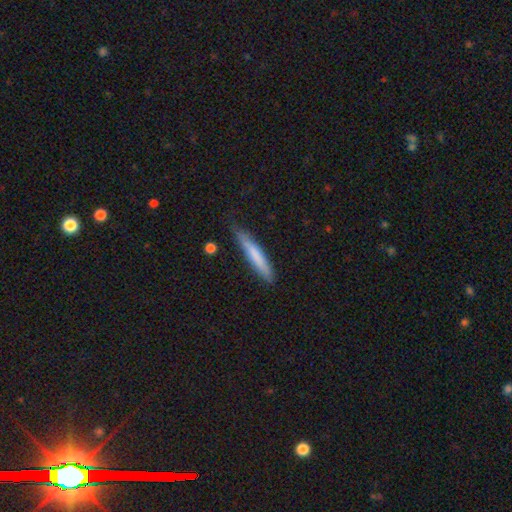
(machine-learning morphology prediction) Smooth or featured?
  - smooth: 71% *
  - featured or disk: 24%
  - star or artifact: 5%
How rounded?
  - cigar-shaped: 93% *
  - in between: 5%
  - round: 1%
Merging?
  - none: 76% *
  - minor disturbance: 19%
  - major disturbance: 3%
  - merger: 2%